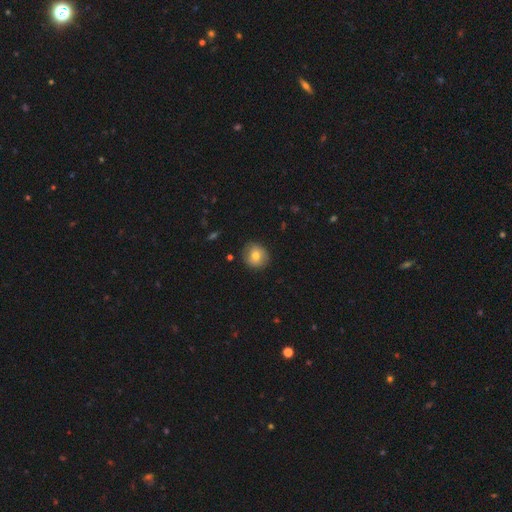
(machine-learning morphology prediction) smooth-or-featured: smooth: 72% | featured or disk: 19% | star or artifact: 9%
  how-rounded: round: 86% | in between: 13% | cigar-shaped: 1%
  merging: none: 85% | minor disturbance: 11% | major disturbance: 3% | merger: 1%